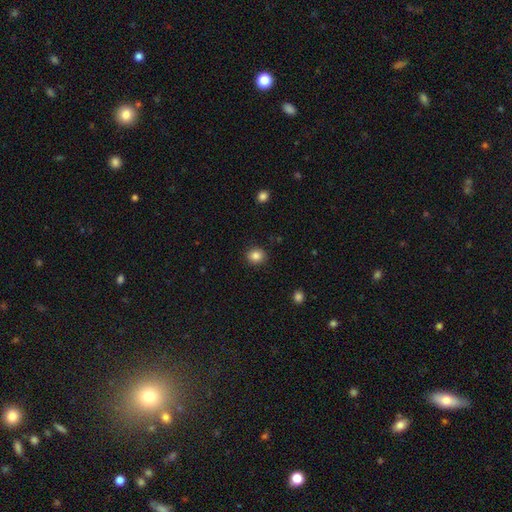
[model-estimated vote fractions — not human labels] The model was most divided on "how rounded": round: 83%, in between: 16%, cigar-shaped: 1%. More confident: merging — none (91%); smooth or featured — smooth (85%).